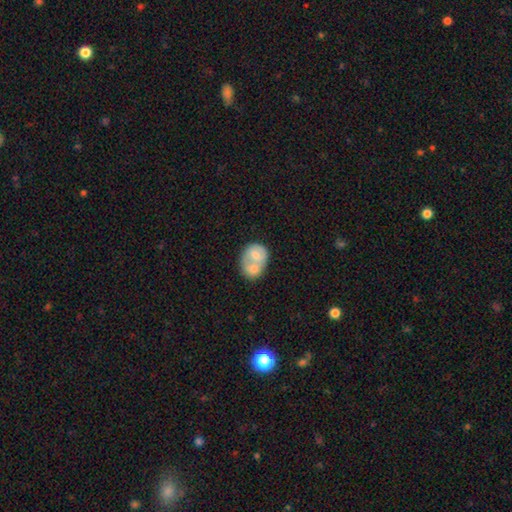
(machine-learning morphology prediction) smooth_or_featured: smooth (p=0.64) [alt: featured or disk p=0.29]
how_rounded: in between (p=0.50) [alt: round p=0.49]
merging: merger (p=0.65) [alt: none p=0.20]